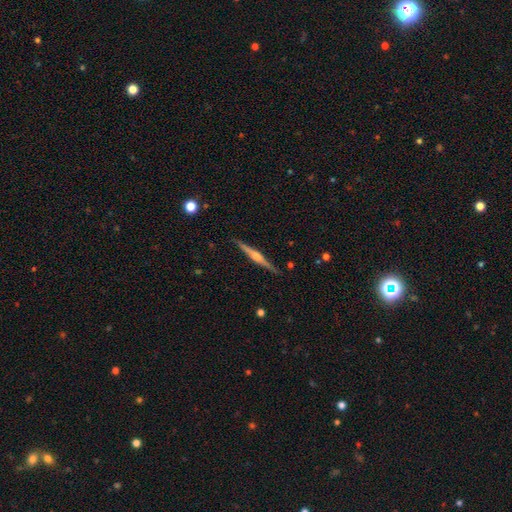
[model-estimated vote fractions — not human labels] smooth_or_featured: featured or disk (p=0.75) [alt: smooth p=0.19]
disk_edge_on: yes (p=0.98) [alt: no p=0.02]
edge_on_bulge: rounded (p=0.61) [alt: boxy p=0.30]
merging: none (p=0.88) [alt: minor disturbance p=0.09]